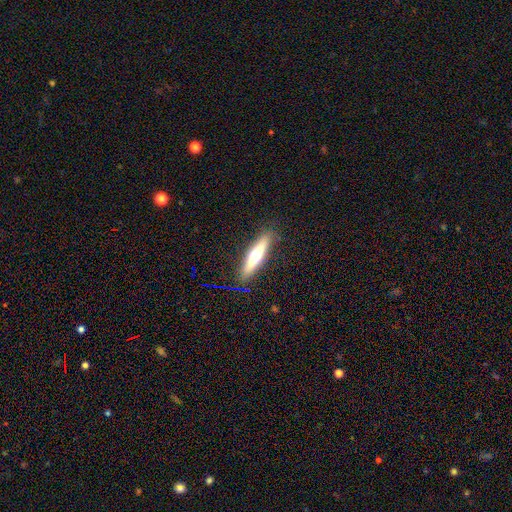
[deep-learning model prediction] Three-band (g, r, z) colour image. It shows a featured or disk galaxy (48%). Merging: none (87%).